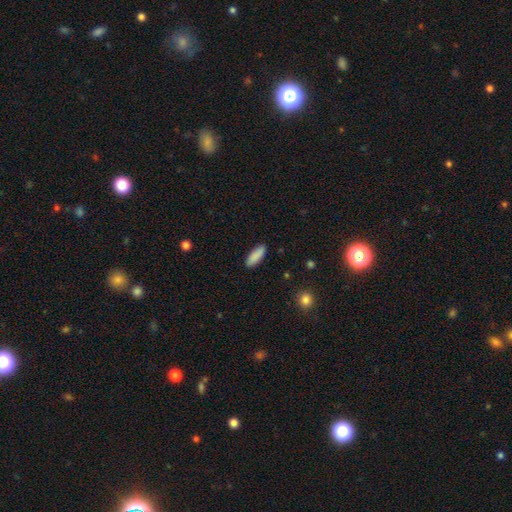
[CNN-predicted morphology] Smooth or featured? Predicted: smooth (p=0.89). How rounded? Predicted: in between (p=0.64). Merging? Predicted: none (p=0.89).